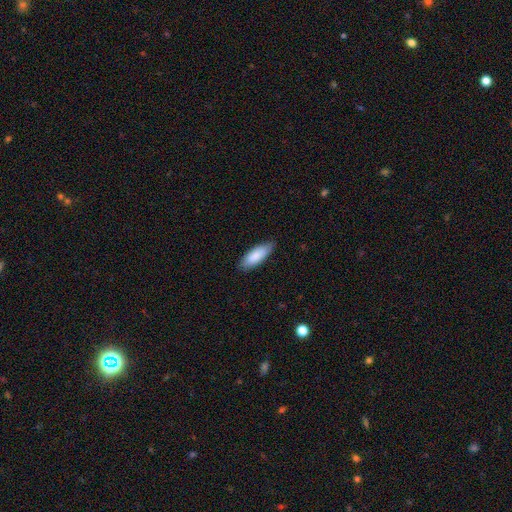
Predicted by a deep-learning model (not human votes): The model was most divided on "how rounded": in between: 71%, cigar-shaped: 27%, round: 1%. More confident: smooth or featured — smooth (85%); merging — none (82%).